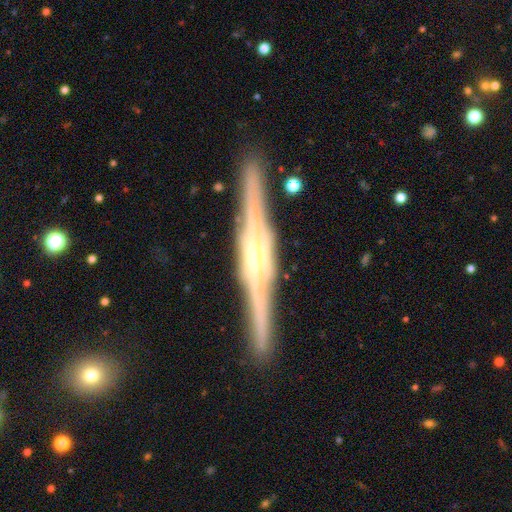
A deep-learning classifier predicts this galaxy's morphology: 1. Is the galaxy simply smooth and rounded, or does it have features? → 89% featured or disk, 6% smooth, 5% star or artifact.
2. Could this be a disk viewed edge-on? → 98% yes, 2% no.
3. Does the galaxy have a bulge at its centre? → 56% boxy, 36% rounded, 8% none.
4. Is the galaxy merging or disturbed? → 90% none, 7% minor disturbance, 1% major disturbance, 1% merger.